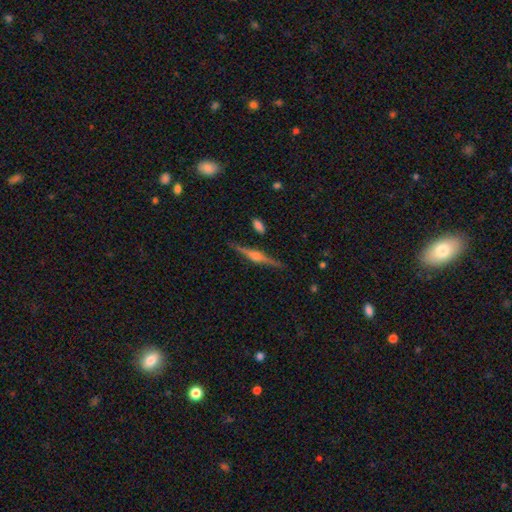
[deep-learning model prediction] Morphology: type=featured or disk (82%); edge-on=yes (98%); edge-on bulge=rounded (89%); merging=none (89%).